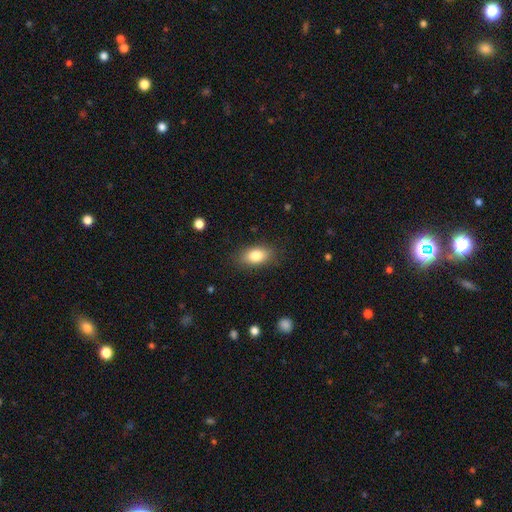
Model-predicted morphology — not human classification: A smooth galaxy with no disk features (83%) that is in between round and cigar-shaped (89%). Merging: none (84%).